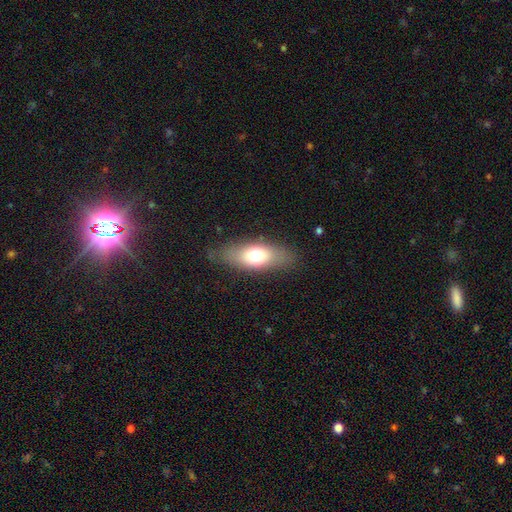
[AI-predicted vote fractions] Smooth or featured? Predicted: smooth (p=0.68). How rounded? Predicted: in between (p=0.76). Merging? Predicted: none (p=0.80).